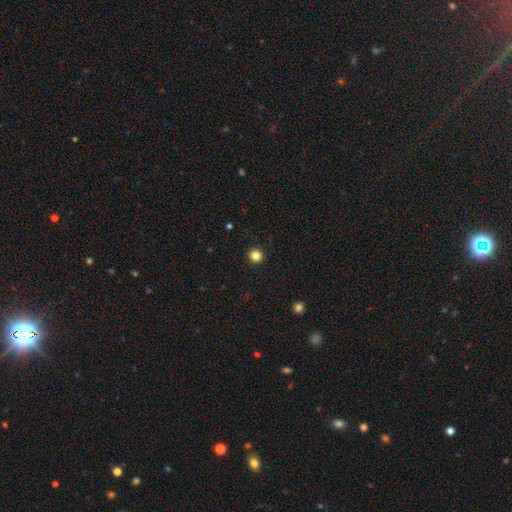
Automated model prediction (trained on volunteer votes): This is clearly a smooth galaxy (83%). How rounded: clearly round (94%). Merging: clearly none (93%).